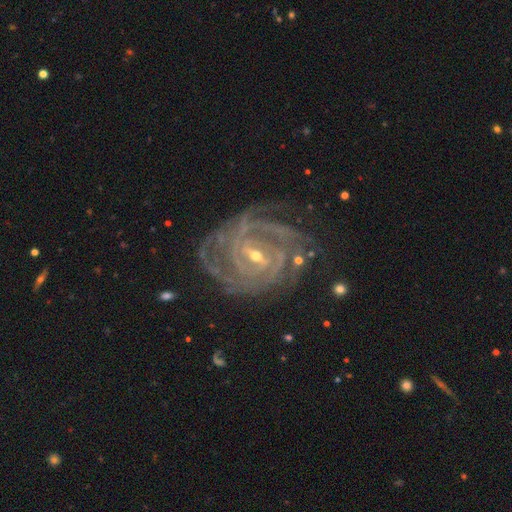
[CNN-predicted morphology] Smooth or featured? featured or disk (90%)
Edge-on disk? no (97%)
Bar? weak (47%)
Spiral arms? yes (98%)
Spiral winding? tight (72%)
Spiral arm count? 4 (22%, tied with can't tell)
Bulge size? small (69%)
Merging? none (71%)